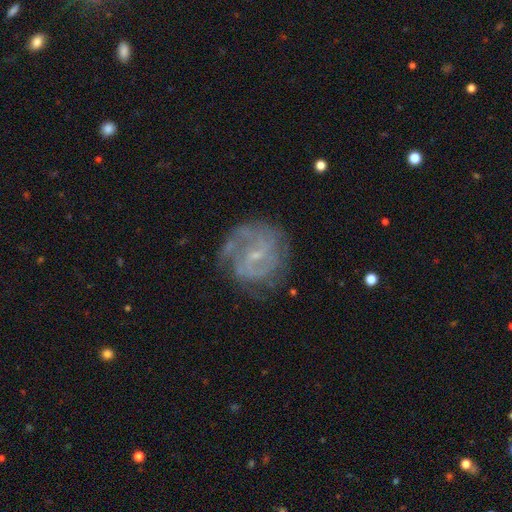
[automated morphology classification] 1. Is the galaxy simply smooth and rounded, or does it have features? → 81% featured or disk, 11% smooth, 8% star or artifact.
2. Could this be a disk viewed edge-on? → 98% no, 2% yes.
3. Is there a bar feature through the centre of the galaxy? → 53% weak, 33% no, 13% strong.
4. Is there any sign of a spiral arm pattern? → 90% yes, 10% no.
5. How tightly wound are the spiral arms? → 46% tight, 40% medium, 14% loose.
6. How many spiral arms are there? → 39% 2, 32% can't tell, 14% 3, 6% 1, 5% 4, 4% more than 4.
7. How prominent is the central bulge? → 76% small, 15% moderate, 7% none, 1% large, 1% dominant.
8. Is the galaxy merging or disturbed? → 69% none, 18% minor disturbance, 11% major disturbance, 2% merger.